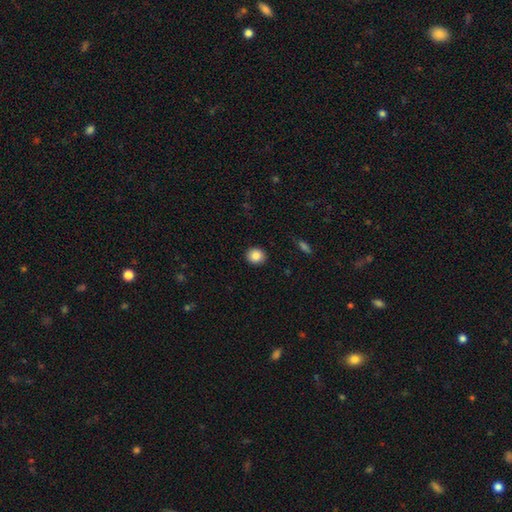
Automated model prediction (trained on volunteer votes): Smooth or featured?
  - smooth: 86% *
  - star or artifact: 9%
  - featured or disk: 5%
How rounded?
  - round: 79% *
  - in between: 20%
  - cigar-shaped: 1%
Merging?
  - none: 91% *
  - minor disturbance: 6%
  - major disturbance: 2%
  - merger: 1%